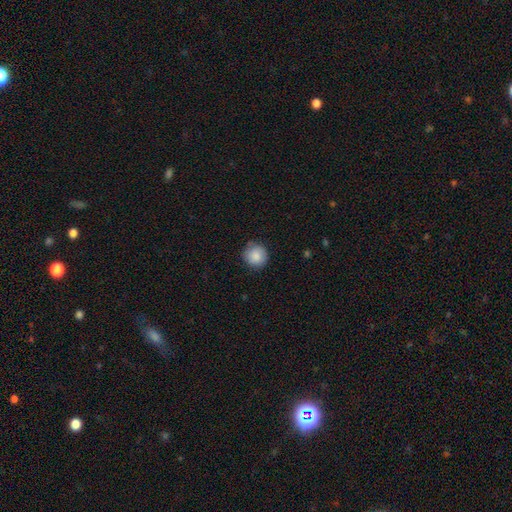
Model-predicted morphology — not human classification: smooth 87%, star or artifact 7%, featured or disk 6%. Down the decision tree: how rounded — round (92%); merging — none (82%).